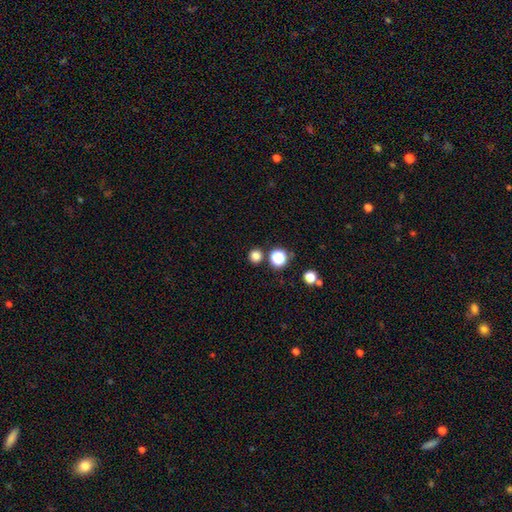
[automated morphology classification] Smooth or featured? Predicted: smooth (p=0.79). How rounded? Predicted: round (p=0.93). Merging? Predicted: none (p=0.86).